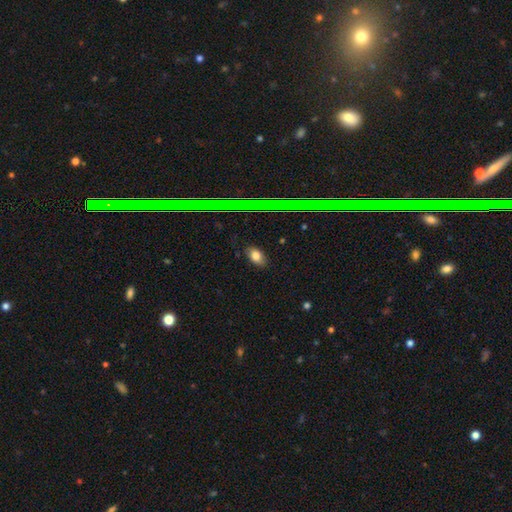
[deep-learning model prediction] smooth 80%, star or artifact 12%, featured or disk 8%. Down the decision tree: how rounded — in between (82%); merging — none (82%).